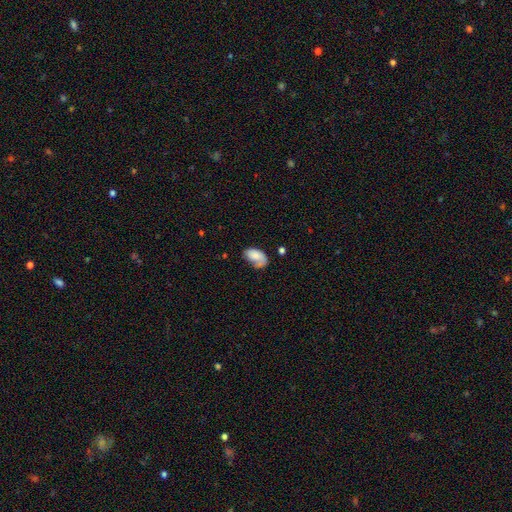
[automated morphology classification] This is likely a smooth galaxy (66%). How rounded: clearly in between (93%). Merging: possibly none (45%).